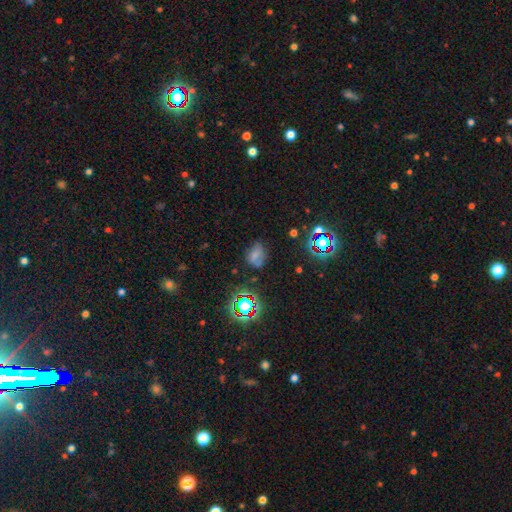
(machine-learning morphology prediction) smooth_or_featured: smooth (p=0.60) [alt: star or artifact p=0.26]
how_rounded: in between (p=0.66) [alt: round p=0.33]
merging: none (p=0.54) [alt: minor disturbance p=0.28]